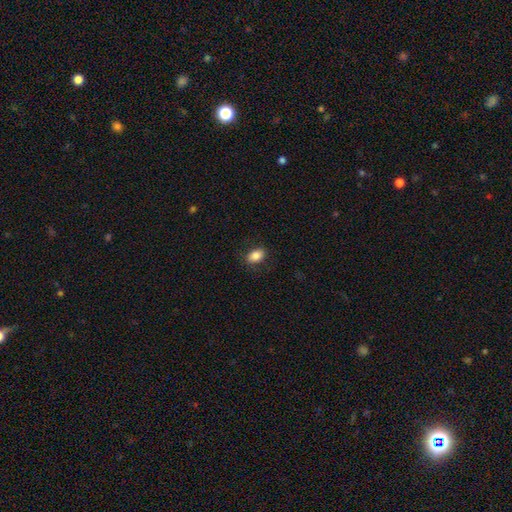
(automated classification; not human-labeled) This is clearly a smooth galaxy (85%). How rounded: clearly in between (83%). Merging: clearly none (85%).